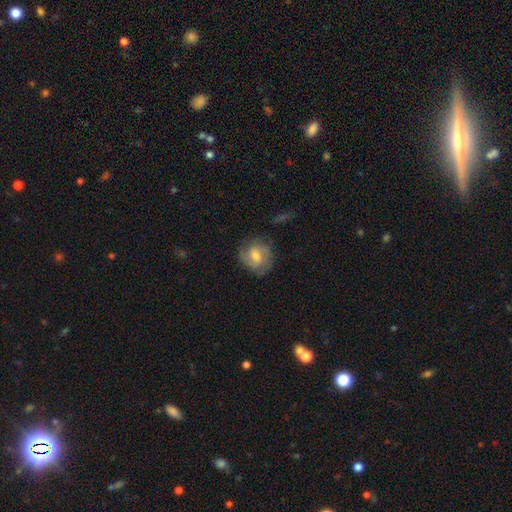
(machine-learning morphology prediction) smooth-or-featured: featured or disk: 49% | smooth: 44% | star or artifact: 7%
  merging: none: 70% | minor disturbance: 20% | major disturbance: 8% | merger: 2%